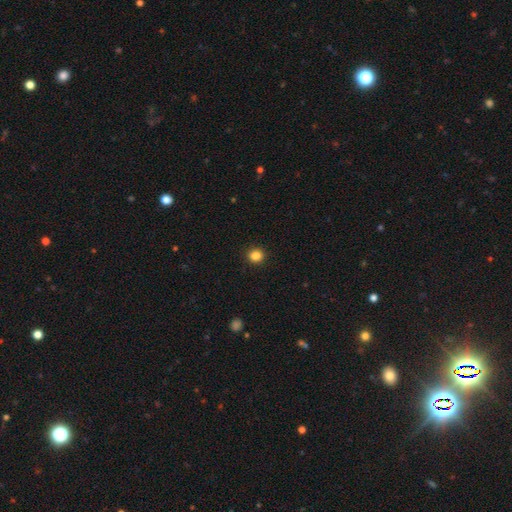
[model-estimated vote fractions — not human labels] smooth 85%, star or artifact 11%, featured or disk 4%. Down the decision tree: how rounded — round (85%); merging — none (92%).